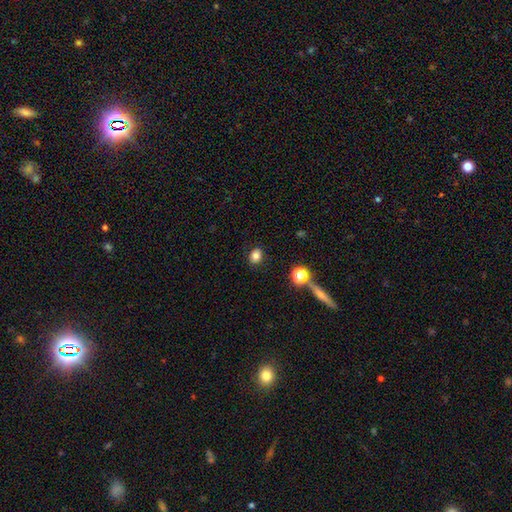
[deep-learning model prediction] A smooth galaxy with no disk features (80%) that is in between round and cigar-shaped (52%). Merging: none (86%).